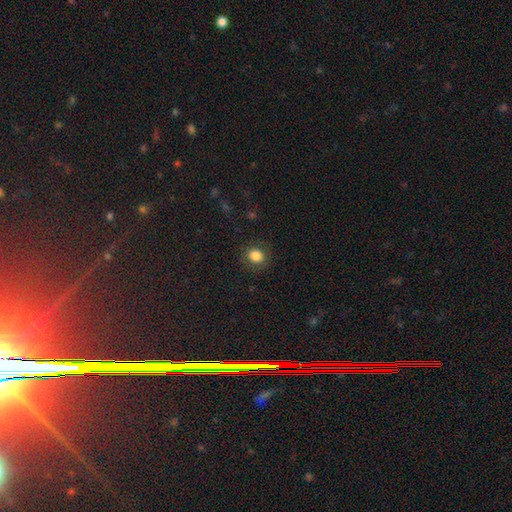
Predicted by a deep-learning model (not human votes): A smooth galaxy with no disk features (84%) that is round (75%). Merging: none (86%).